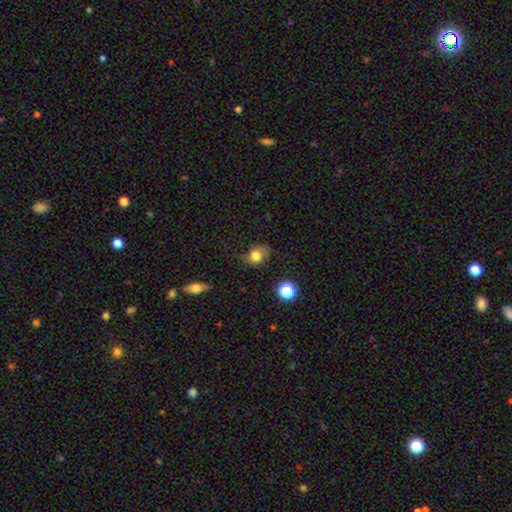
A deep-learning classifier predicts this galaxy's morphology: Smooth or featured? smooth (73%)
How rounded? round (51%)
Merging? none (60%)